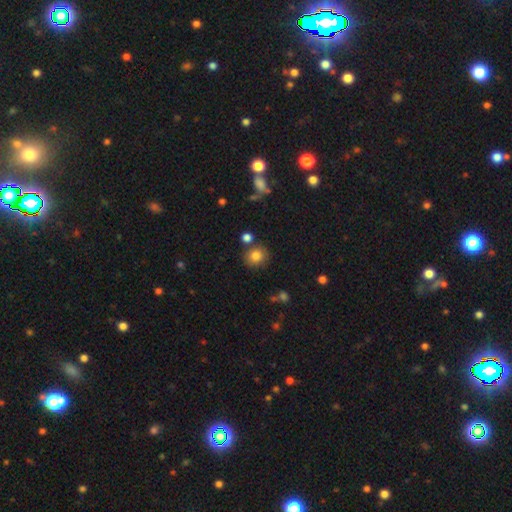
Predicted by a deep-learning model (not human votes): A smooth galaxy with no disk features (82%) that is round (85%).

Vote fractions:
- Smooth or featured? smooth: 82% / star or artifact: 10% / featured or disk: 7%
- How rounded? round: 85% / in between: 14% / cigar-shaped: 1%
- Merging? none: 78% / minor disturbance: 10% / merger: 8% / major disturbance: 3%